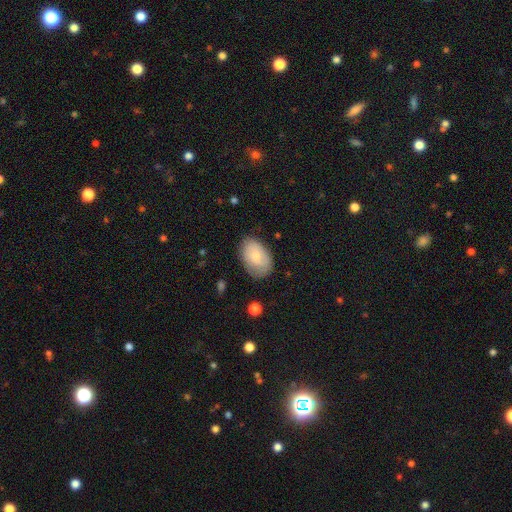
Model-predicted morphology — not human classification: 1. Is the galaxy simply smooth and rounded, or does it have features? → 72% smooth, 21% featured or disk, 6% star or artifact.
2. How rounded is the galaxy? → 89% in between, 10% round, 1% cigar-shaped.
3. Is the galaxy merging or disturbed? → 72% none, 21% minor disturbance, 5% major disturbance, 1% merger.